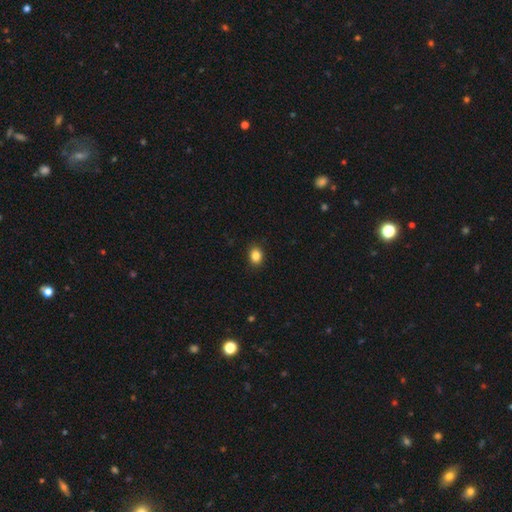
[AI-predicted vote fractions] smooth_or_featured: smooth (p=0.86) [alt: star or artifact p=0.10]
how_rounded: in between (p=0.56) [alt: round p=0.43]
merging: none (p=0.89) [alt: minor disturbance p=0.08]